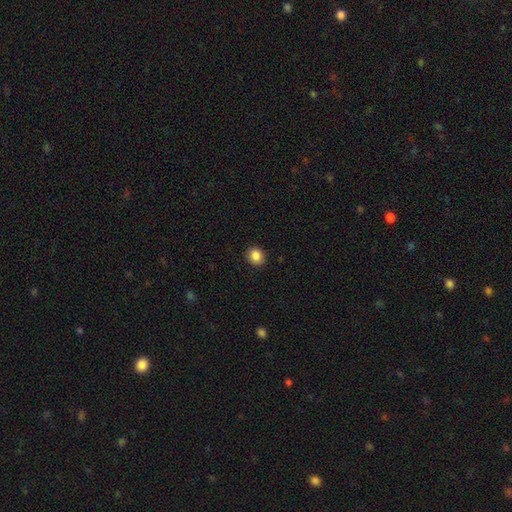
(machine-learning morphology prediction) The model was most divided on "how rounded": round: 74%, in between: 25%, cigar-shaped: 1%. More confident: merging — none (91%); smooth or featured — smooth (87%).